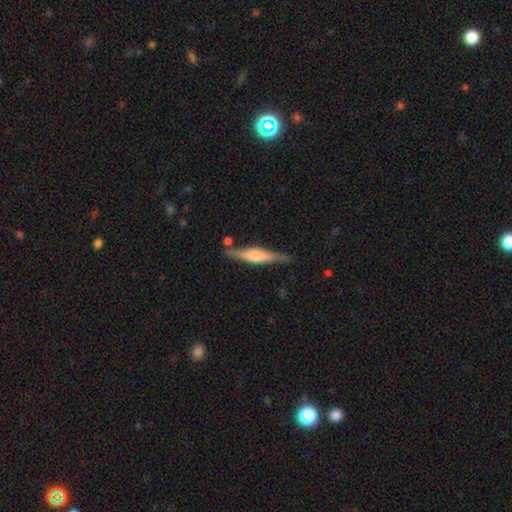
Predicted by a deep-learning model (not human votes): This appears to be a featured or disk galaxy (57%) viewed edge-on (95%) with a rounded central bulge (56%). Merging: none (78%).